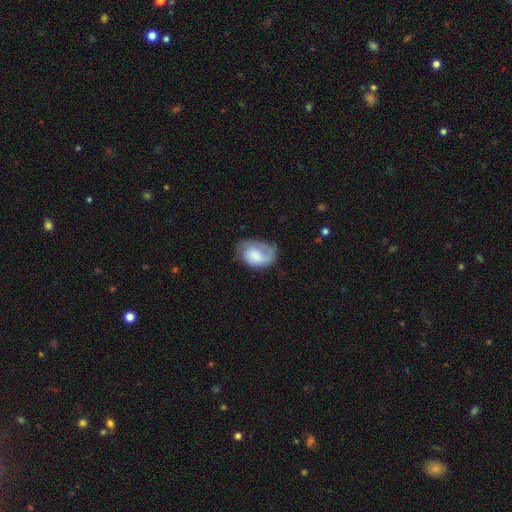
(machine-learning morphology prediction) type=smooth (54%); roundness=in between (78%); merging=none (47%).